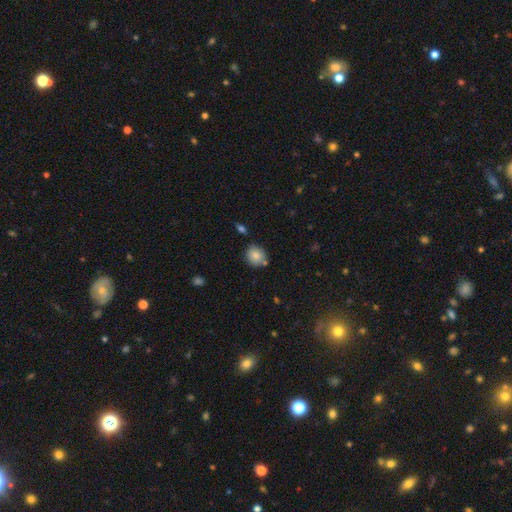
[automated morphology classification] smooth_or_featured: smooth (p=0.83) [alt: star or artifact p=0.09]
how_rounded: round (p=0.79) [alt: in between p=0.20]
merging: none (p=0.76) [alt: minor disturbance p=0.13]